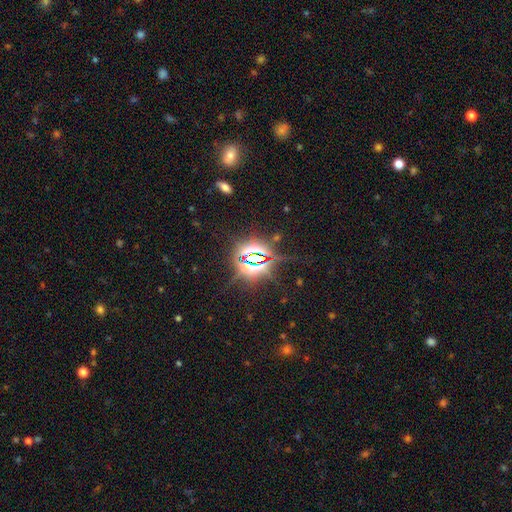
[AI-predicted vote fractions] star or artifact 83%, smooth 9%, featured or disk 8%.